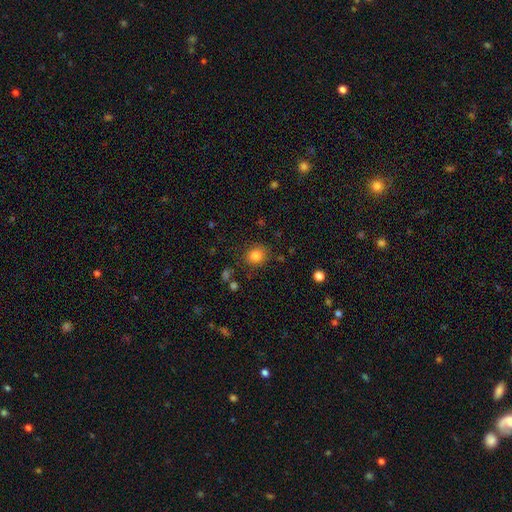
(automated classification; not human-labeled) Smooth or featured? smooth (83%)
How rounded? round (74%)
Merging? none (82%)